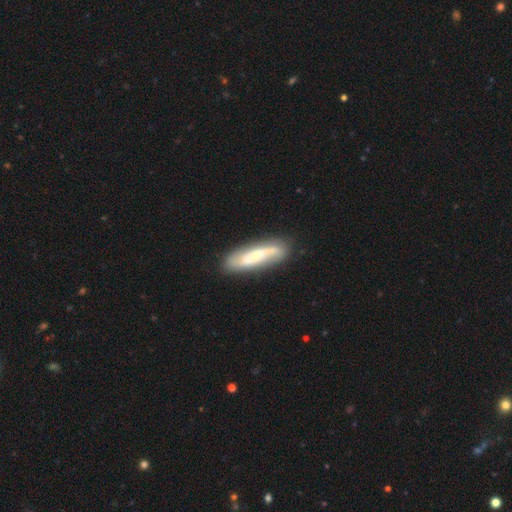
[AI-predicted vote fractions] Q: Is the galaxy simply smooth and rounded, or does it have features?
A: featured or disk — 64%.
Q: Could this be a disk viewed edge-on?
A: no — 74%.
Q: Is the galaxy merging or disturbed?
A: none — 80%.